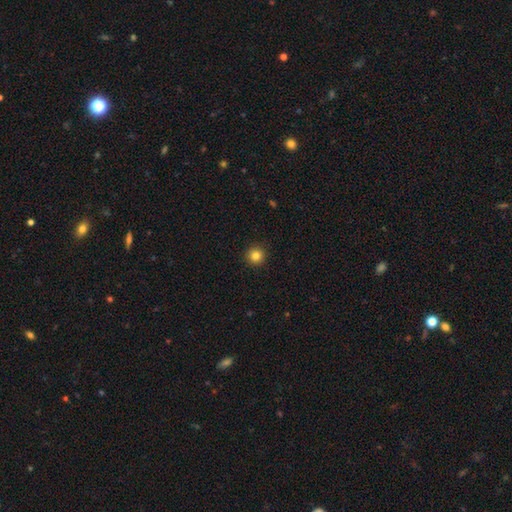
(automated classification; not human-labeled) Q: Smooth or featured?
A: smooth (83%); runner-up: star or artifact (12%)
Q: How rounded?
A: round (95%); runner-up: in between (4%)
Q: Merging?
A: none (92%); runner-up: minor disturbance (5%)